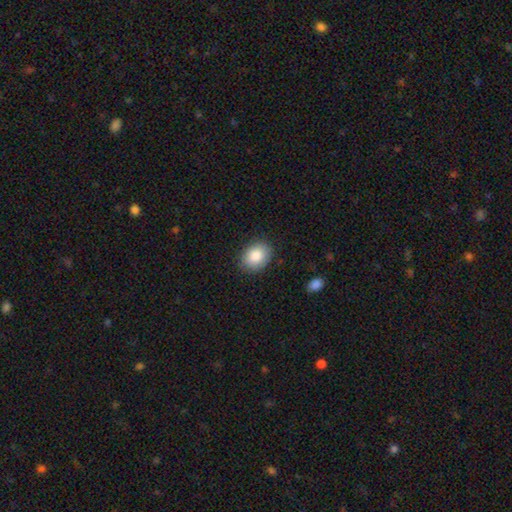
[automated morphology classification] Smooth or featured? smooth (86%)
How rounded? in between (64%)
Merging? none (86%)